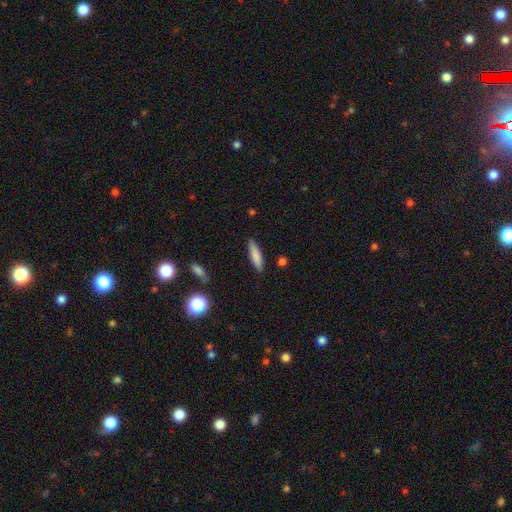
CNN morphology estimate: This is clearly a smooth galaxy (81%). How rounded: likely cigar-shaped (73%). Merging: clearly none (87%).